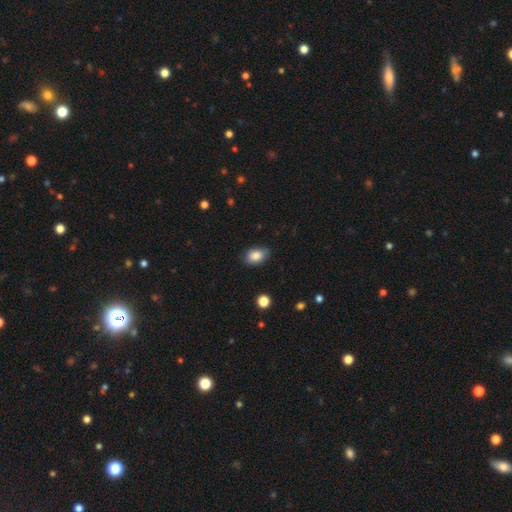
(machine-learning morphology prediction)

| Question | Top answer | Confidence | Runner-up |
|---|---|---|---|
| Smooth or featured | smooth | 85% | star or artifact (8%) |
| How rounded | in between | 82% | round (17%) |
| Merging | none | 79% | minor disturbance (17%) |